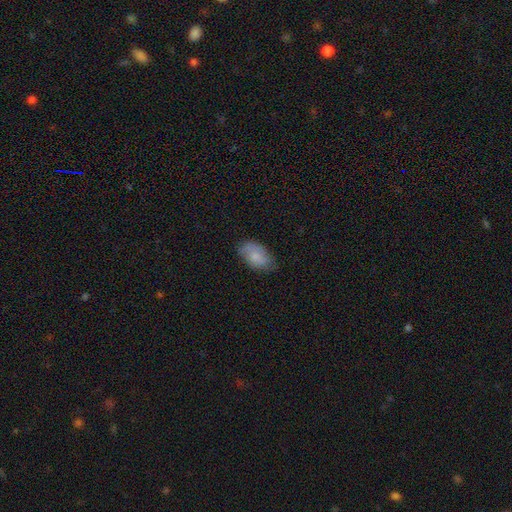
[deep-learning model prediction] The model was most divided on "merging": none: 67%, minor disturbance: 26%, major disturbance: 6%, merger: 1%. More confident: how rounded — in between (92%); smooth or featured — smooth (72%).